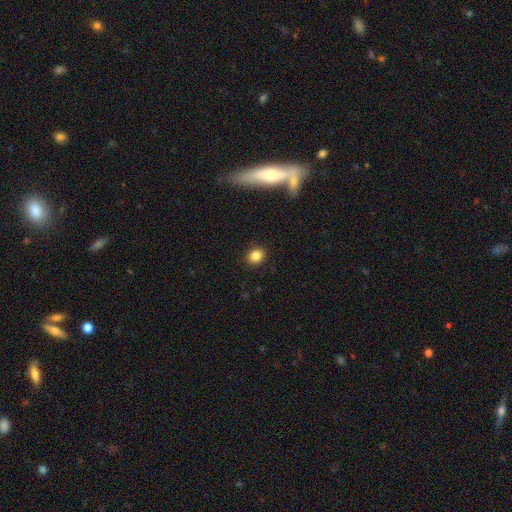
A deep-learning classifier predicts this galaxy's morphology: A smooth galaxy with no disk features (83%) that is round (74%). Merging: none (91%).